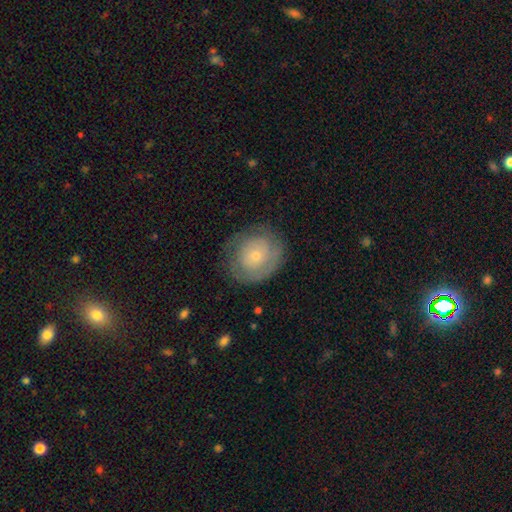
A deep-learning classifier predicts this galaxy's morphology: The model was most divided on "smooth or featured": featured or disk: 52%, smooth: 41%, star or artifact: 7%. More confident: edge-on disk — no (96%); merging — none (75%).